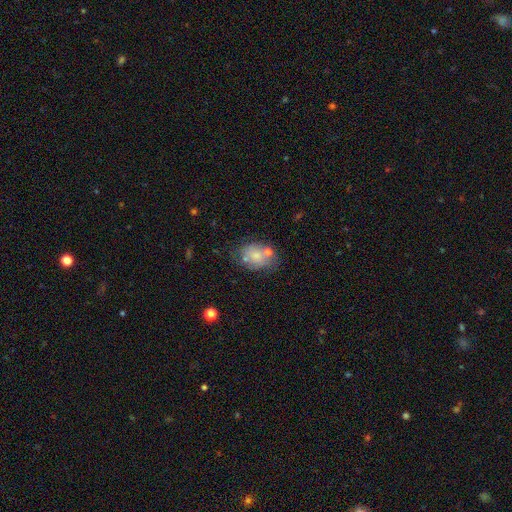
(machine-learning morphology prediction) smooth-or-featured: smooth: 69% | featured or disk: 22% | star or artifact: 9%
  how-rounded: in between: 71% | round: 28% | cigar-shaped: 1%
  merging: none: 53% | minor disturbance: 22% | merger: 16% | major disturbance: 8%